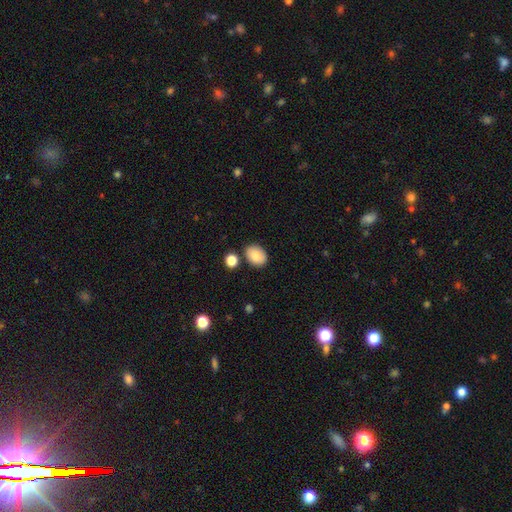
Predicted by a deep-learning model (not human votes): Smooth or featured? Predicted: smooth (p=0.85). How rounded? Predicted: in between (p=0.67). Merging? Predicted: none (p=0.81).